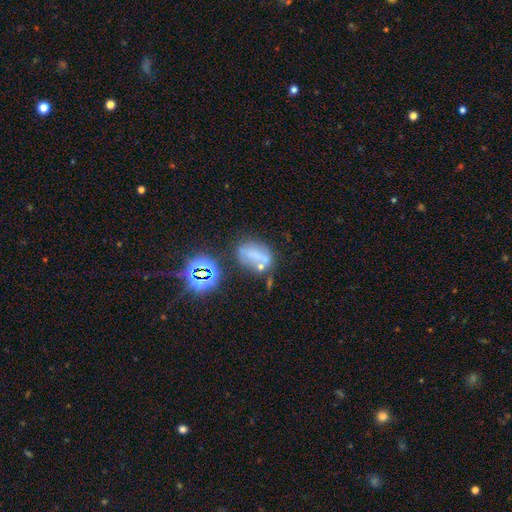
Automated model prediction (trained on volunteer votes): Smooth or featured: smooth — 47% (star or artifact — 27%)
Merging: none — 50% (minor disturbance — 22%)